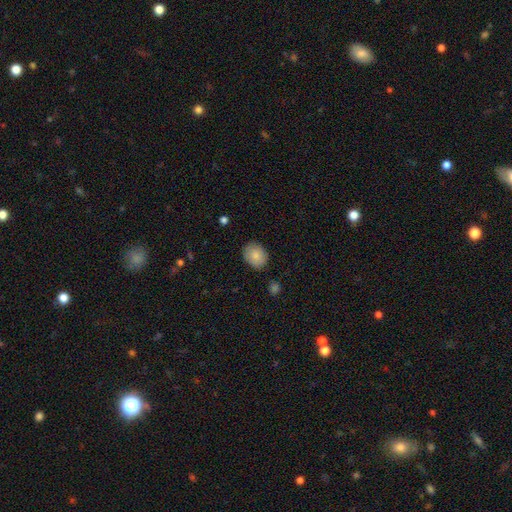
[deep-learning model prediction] This is clearly a smooth galaxy (85%). How rounded: possibly round (51%). Merging: clearly none (83%).